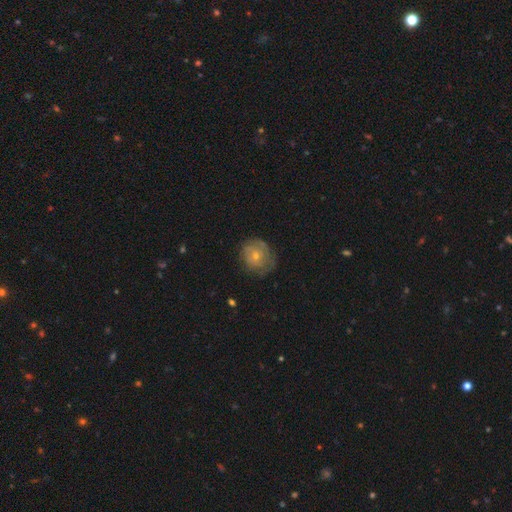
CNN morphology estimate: smooth-or-featured: featured or disk: 48% | smooth: 44% | star or artifact: 8%
  merging: none: 61% | minor disturbance: 25% | major disturbance: 12% | merger: 1%